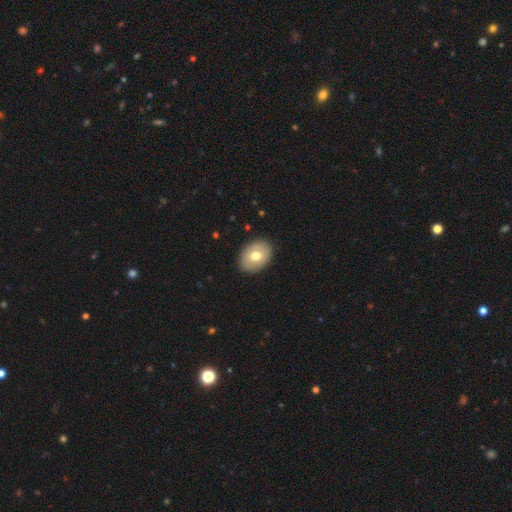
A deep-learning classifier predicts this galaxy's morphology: Smooth or featured?
  - smooth: 70% *
  - featured or disk: 23%
  - star or artifact: 7%
How rounded?
  - in between: 73% *
  - round: 26%
  - cigar-shaped: 1%
Merging?
  - none: 88% *
  - minor disturbance: 9%
  - major disturbance: 2%
  - merger: 1%